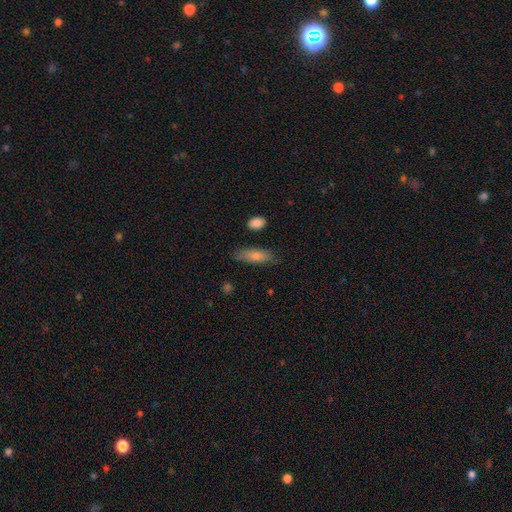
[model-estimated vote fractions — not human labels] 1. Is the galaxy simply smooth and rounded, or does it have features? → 80% smooth, 13% featured or disk, 6% star or artifact.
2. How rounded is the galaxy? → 59% in between, 39% cigar-shaped, 2% round.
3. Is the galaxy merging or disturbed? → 78% none, 15% minor disturbance, 4% major disturbance, 2% merger.